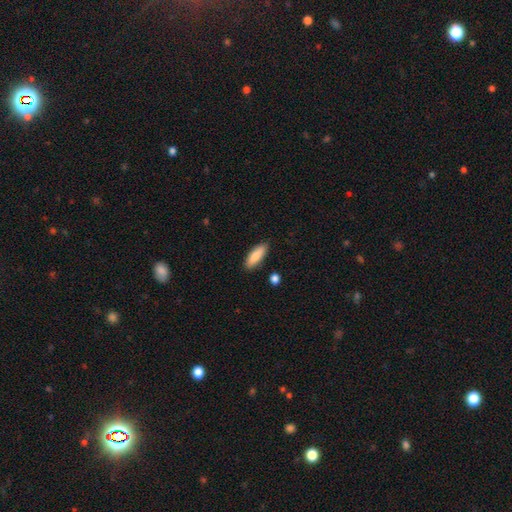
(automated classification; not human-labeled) Q: Smooth or featured?
A: smooth (84%); runner-up: featured or disk (10%)
Q: How rounded?
A: in between (63%); runner-up: cigar-shaped (35%)
Q: Merging?
A: none (87%); runner-up: minor disturbance (9%)